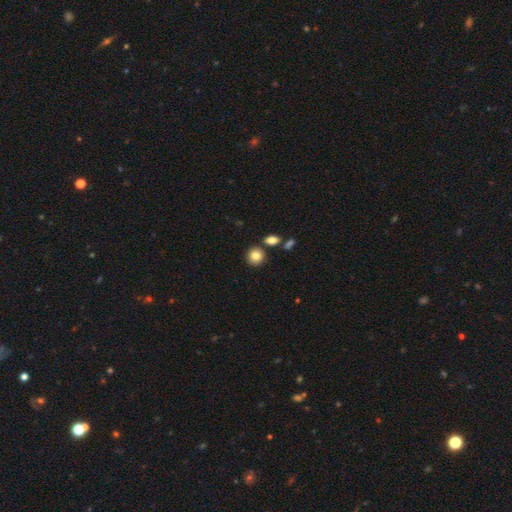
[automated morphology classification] Smooth or featured: smooth — 83% (star or artifact — 9%)
How rounded: round — 86% (in between — 13%)
Merging: none — 82% (merger — 8%)